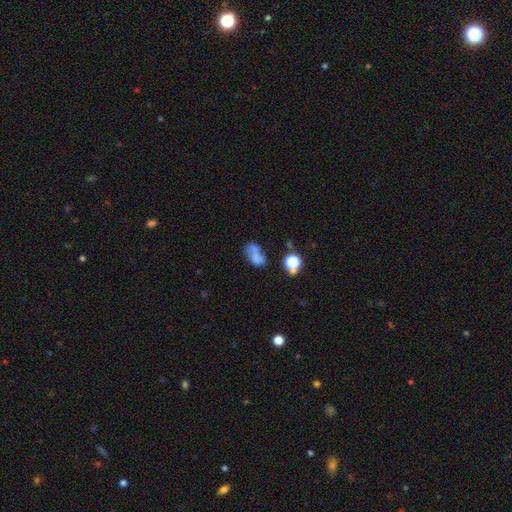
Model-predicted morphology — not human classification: Smooth or featured? Predicted: smooth (p=0.60). How rounded? Predicted: in between (p=0.79). Merging? Predicted: merger (p=0.39).